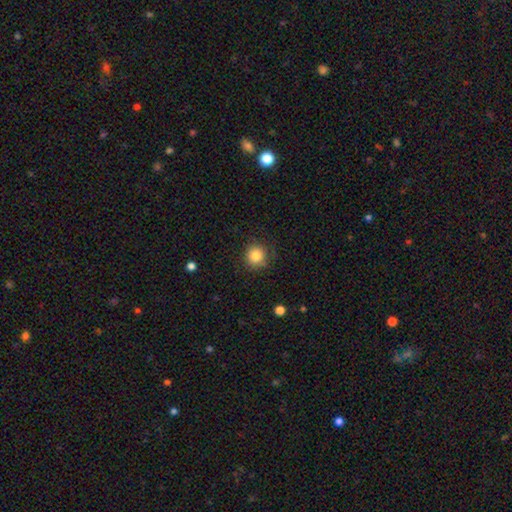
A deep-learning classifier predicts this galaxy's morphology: This appears to be a smooth galaxy with no disk features (84%) that is round (93%). Merging: none (83%).